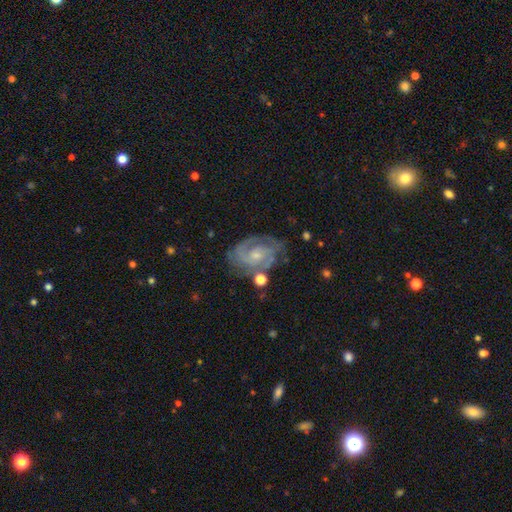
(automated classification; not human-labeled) Smooth or featured?
  - featured or disk: 87% *
  - smooth: 7%
  - star or artifact: 6%
Edge-on disk?
  - no: 98% *
  - yes: 2%
Bar?
  - no: 61% *
  - weak: 33%
  - strong: 6%
Spiral arms?
  - yes: 97% *
  - no: 3%
Spiral winding?
  - tight: 54% *
  - medium: 39%
  - loose: 8%
Spiral arm count?
  - 2: 70% *
  - 3: 11%
  - can't tell: 11%
  - 1: 4%
  - 4: 2%
  - more than 4: 2%
Bulge size?
  - small: 65% *
  - moderate: 27%
  - none: 5%
  - large: 2%
  - dominant: 1%
Merging?
  - none: 68% *
  - minor disturbance: 19%
  - major disturbance: 8%
  - merger: 5%